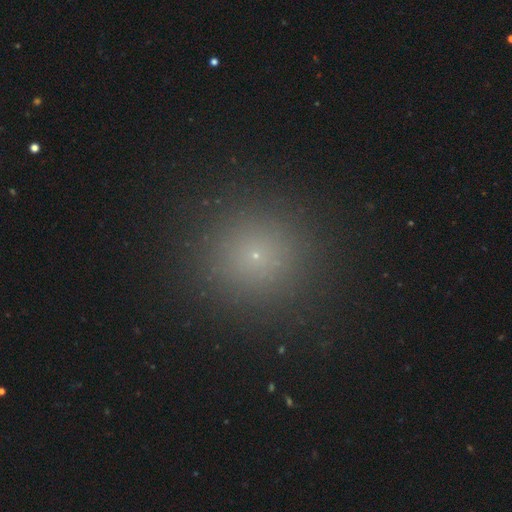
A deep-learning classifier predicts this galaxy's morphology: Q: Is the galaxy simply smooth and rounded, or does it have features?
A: smooth — 68%.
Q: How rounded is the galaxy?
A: round — 94%.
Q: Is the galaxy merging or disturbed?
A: none — 92%.